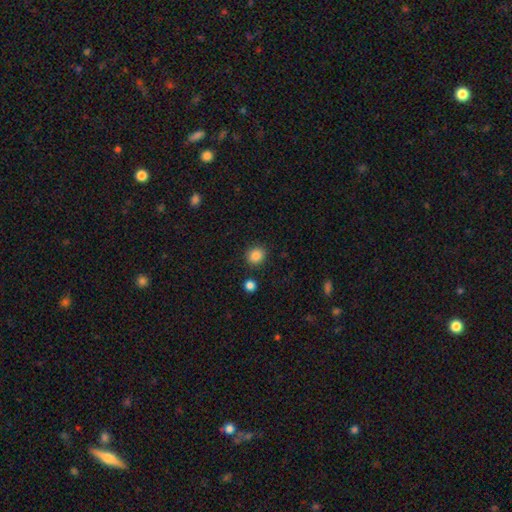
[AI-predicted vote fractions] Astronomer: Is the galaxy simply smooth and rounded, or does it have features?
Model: smooth — 86%.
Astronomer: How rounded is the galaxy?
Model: round — 80%.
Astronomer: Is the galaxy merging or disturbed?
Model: none — 87%.